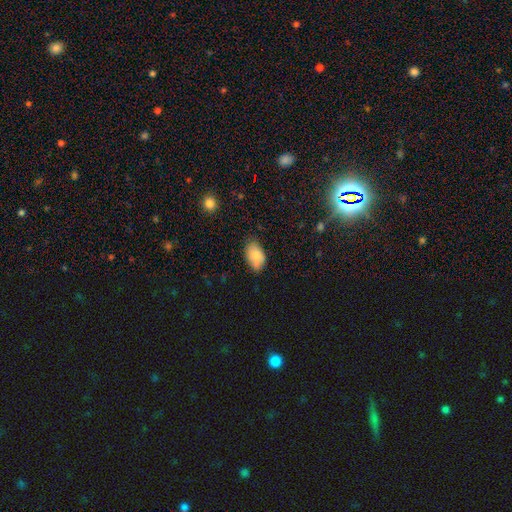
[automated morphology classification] This appears to be a smooth galaxy with no disk features (82%) that is in between round and cigar-shaped (91%). Merging: none (70%).